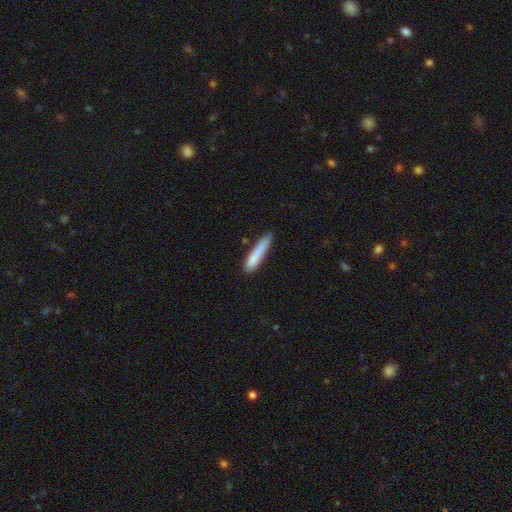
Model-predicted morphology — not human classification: Smooth or featured? smooth (81%)
How rounded? cigar-shaped (92%)
Merging? none (71%)